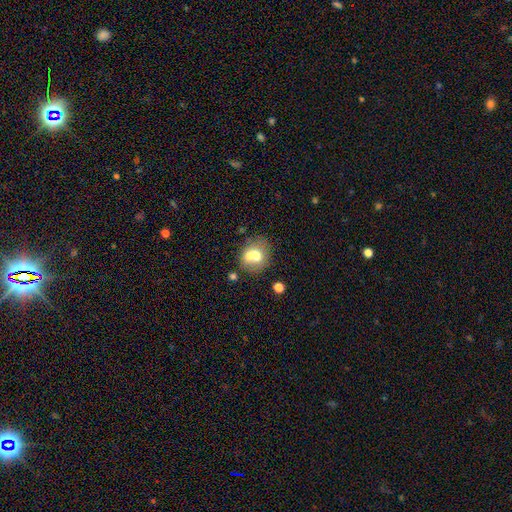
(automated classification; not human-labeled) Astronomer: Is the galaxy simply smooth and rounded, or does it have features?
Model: smooth — 66%.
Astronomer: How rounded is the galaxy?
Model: round — 71%.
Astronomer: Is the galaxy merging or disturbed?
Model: none — 44% (runner-up: merger, 38%).